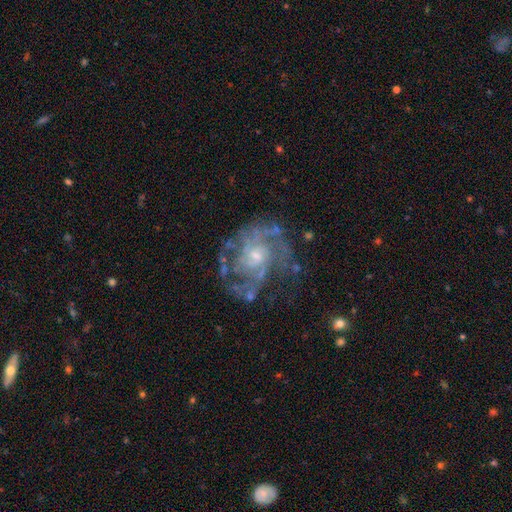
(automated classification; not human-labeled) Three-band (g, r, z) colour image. It shows a featured or disk galaxy (83%) with no bar (73%), tight (46%) spiral arms (90%) and a small central bulge (56%). Merging: none (66%).